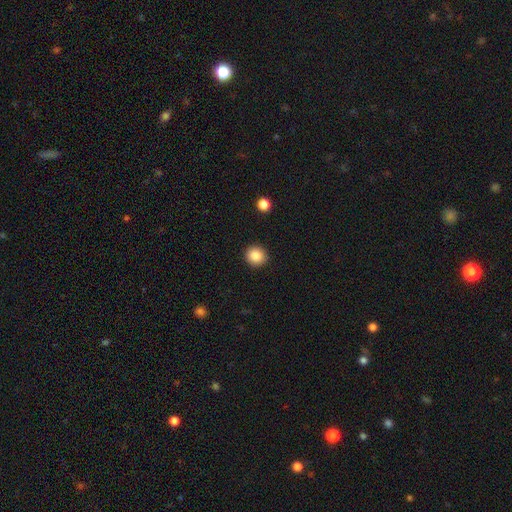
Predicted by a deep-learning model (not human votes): A smooth galaxy with no disk features (86%) that is round (92%). Merging: none (92%).